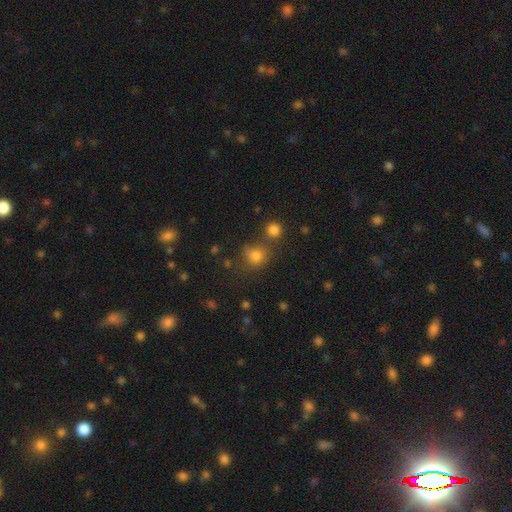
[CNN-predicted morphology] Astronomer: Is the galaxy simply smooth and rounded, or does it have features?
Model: smooth — 76%.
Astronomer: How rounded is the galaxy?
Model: round — 80%.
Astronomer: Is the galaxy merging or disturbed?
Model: none — 64%.